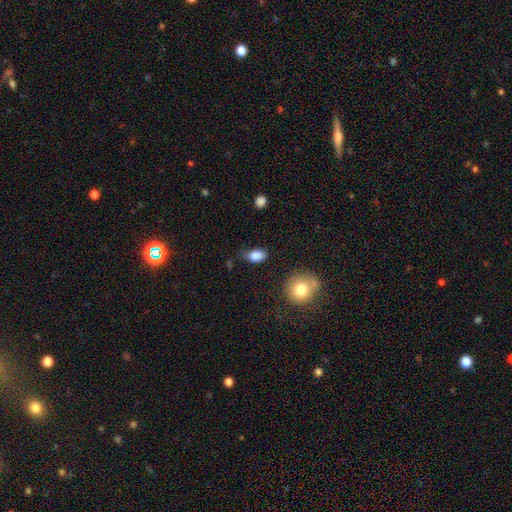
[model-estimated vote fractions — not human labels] Smooth or featured: smooth — 85% (star or artifact — 8%)
How rounded: in between — 85% (round — 13%)
Merging: none — 57% (minor disturbance — 31%)